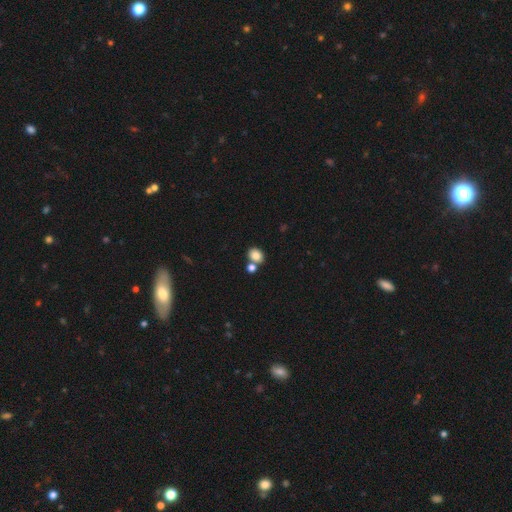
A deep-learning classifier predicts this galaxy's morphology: Smooth or featured? Predicted: smooth (p=0.84). How rounded? Predicted: round (p=0.54). Merging? Predicted: none (p=0.56).